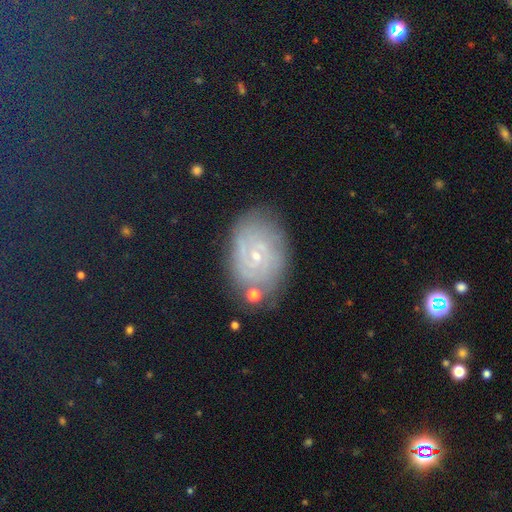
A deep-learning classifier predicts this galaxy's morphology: smooth_or_featured: featured or disk (p=0.73) [alt: star or artifact p=0.14]
disk_edge_on: no (p=0.97) [alt: yes p=0.03]
bar: no (p=0.59) [alt: weak p=0.35]
has_spiral_arms: yes (p=0.93) [alt: no p=0.07]
spiral_winding: tight (p=0.71) [alt: medium p=0.23]
spiral_arm_count: can't tell (p=0.37) [alt: 2 p=0.25]
bulge_size: small (p=0.81) [alt: moderate p=0.15]
merging: none (p=0.75) [alt: minor disturbance p=0.16]